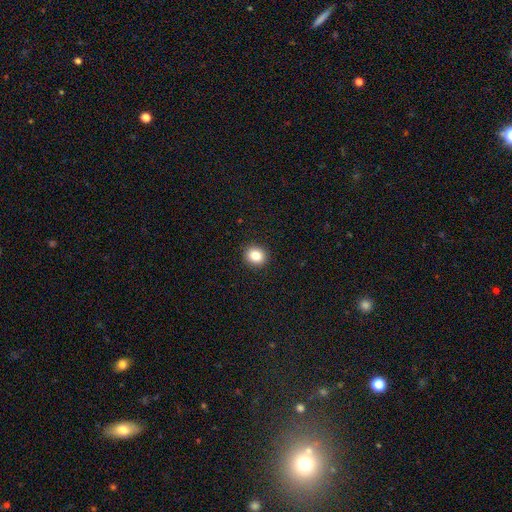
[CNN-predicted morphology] This is clearly a smooth galaxy (84%). How rounded: likely round (79%). Merging: clearly none (92%).